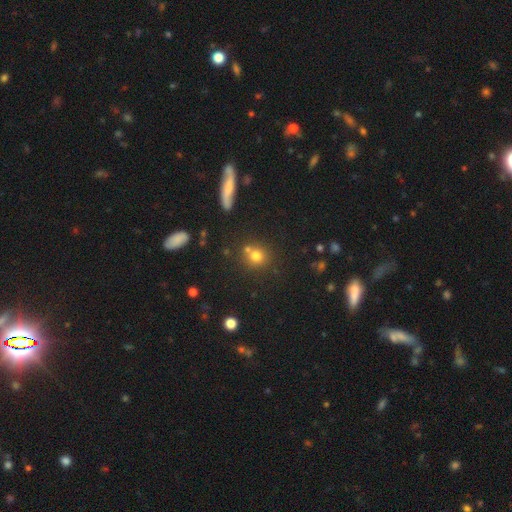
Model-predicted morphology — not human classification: This is likely a smooth galaxy (73%). How rounded: clearly round (85%). Merging: likely none (63%).